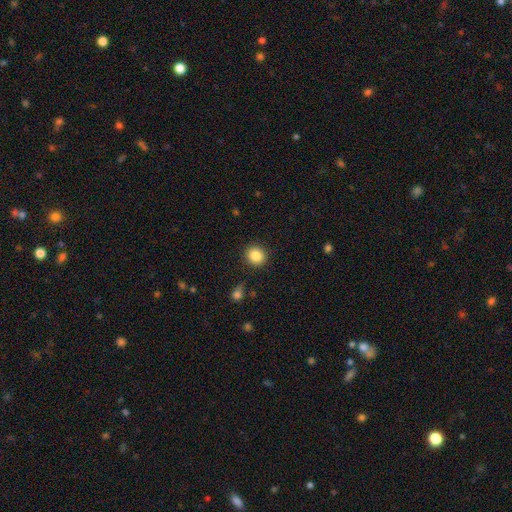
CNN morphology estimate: smooth_or_featured: smooth (p=0.86) [alt: star or artifact p=0.09]
how_rounded: round (p=0.84) [alt: in between p=0.15]
merging: none (p=0.89) [alt: minor disturbance p=0.07]